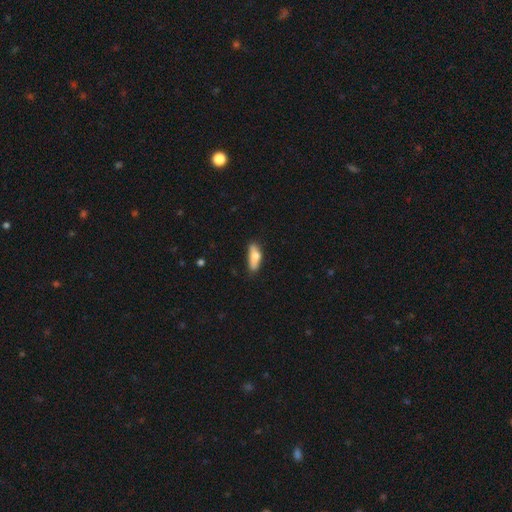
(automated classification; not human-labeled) Q: Smooth or featured?
A: smooth (74%); runner-up: featured or disk (20%)
Q: How rounded?
A: in between (57%); runner-up: cigar-shaped (40%)
Q: Merging?
A: none (62%); runner-up: minor disturbance (27%)